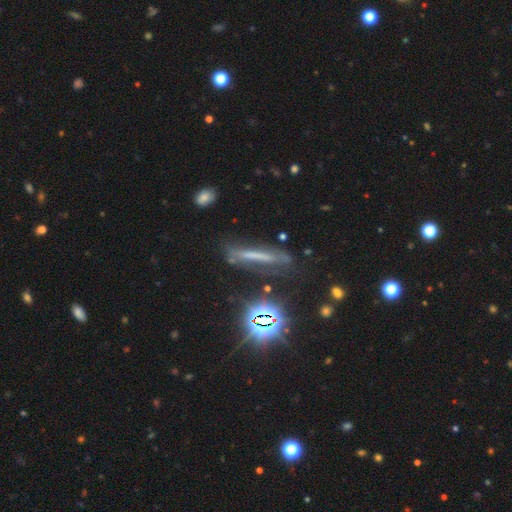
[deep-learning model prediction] The model was most divided on "smooth or featured": featured or disk: 38%, smooth: 36%, star or artifact: 26%. More confident: merging — none (62%).